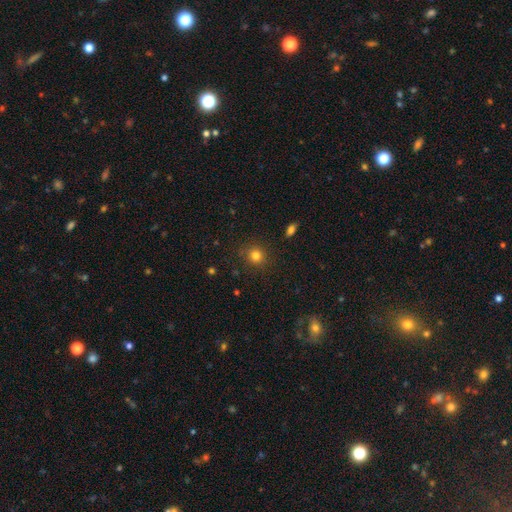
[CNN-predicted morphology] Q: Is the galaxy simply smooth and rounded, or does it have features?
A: smooth — 82%.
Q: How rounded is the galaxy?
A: round — 88%.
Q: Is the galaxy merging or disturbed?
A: none — 88%.